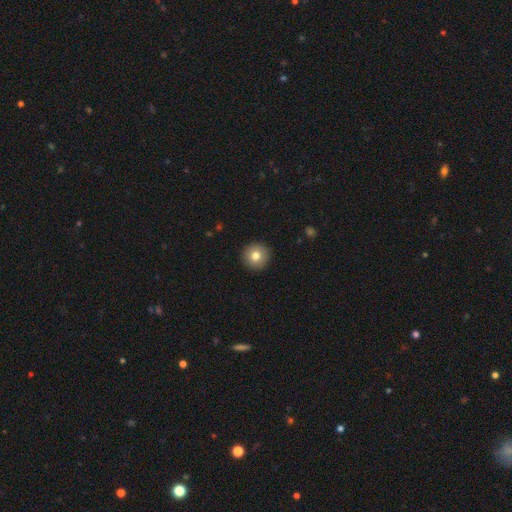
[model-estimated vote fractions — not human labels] Overall: smooth (79%). How rounded: round (96%). Merging: none (93%).